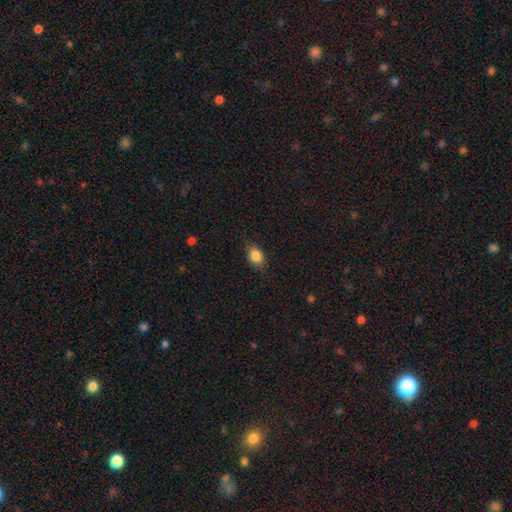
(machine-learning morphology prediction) smooth-or-featured: smooth: 86% | star or artifact: 9% | featured or disk: 6%
  how-rounded: in between: 65% | round: 33% | cigar-shaped: 1%
  merging: none: 80% | minor disturbance: 15% | major disturbance: 3% | merger: 1%